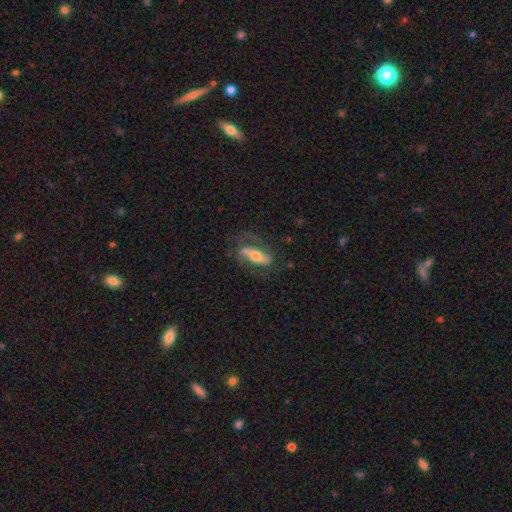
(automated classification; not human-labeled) Smooth or featured? Predicted: featured or disk (p=0.61). Edge-on disk? Predicted: no (p=0.75). Merging? Predicted: none (p=0.62).